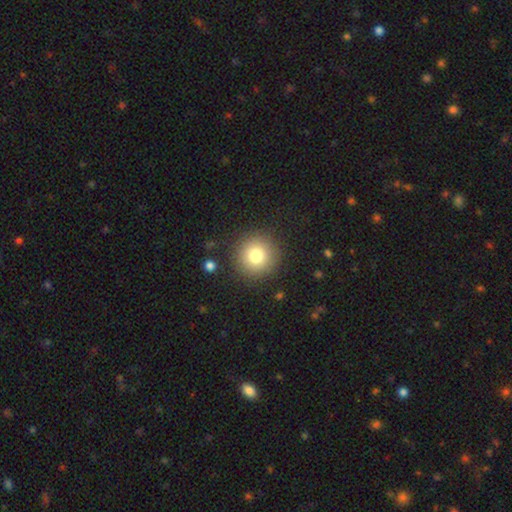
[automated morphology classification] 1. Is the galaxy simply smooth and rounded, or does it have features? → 79% smooth, 11% star or artifact, 10% featured or disk.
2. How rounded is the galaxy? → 94% round, 5% in between, 1% cigar-shaped.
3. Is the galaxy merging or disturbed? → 88% none, 7% minor disturbance, 3% major disturbance, 2% merger.